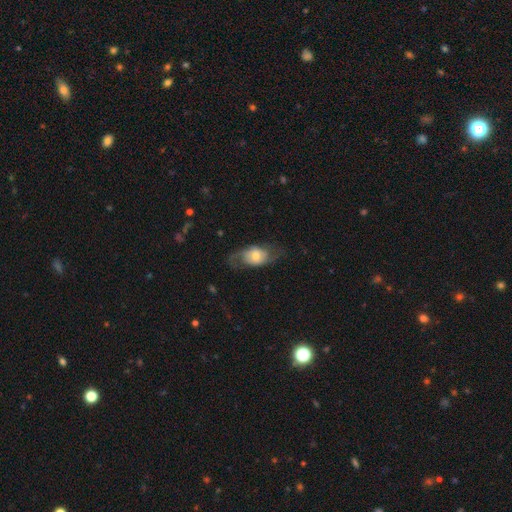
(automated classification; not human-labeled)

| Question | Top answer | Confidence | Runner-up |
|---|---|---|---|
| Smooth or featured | smooth | 47% | featured or disk (46%) |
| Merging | none | 55% | minor disturbance (23%) |